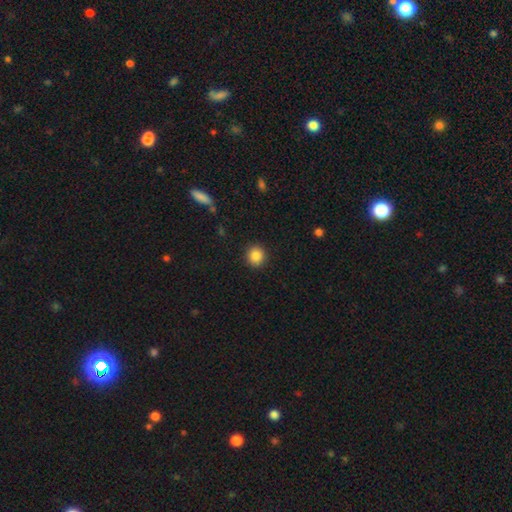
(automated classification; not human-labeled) Smooth or featured? smooth (87%)
How rounded? round (89%)
Merging? none (91%)